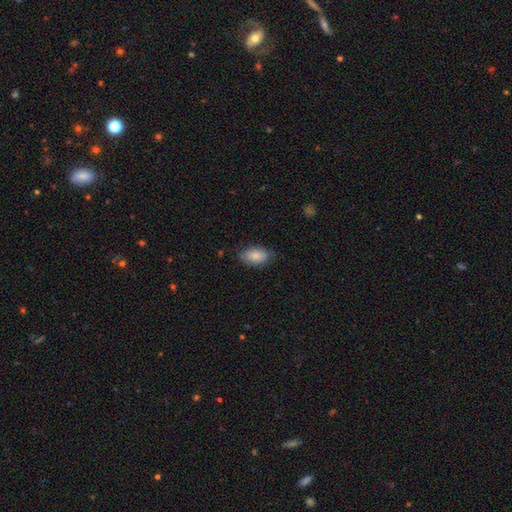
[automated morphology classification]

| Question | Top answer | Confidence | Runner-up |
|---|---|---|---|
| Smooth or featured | smooth | 85% | featured or disk (9%) |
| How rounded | in between | 93% | round (4%) |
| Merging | none | 77% | minor disturbance (18%) |